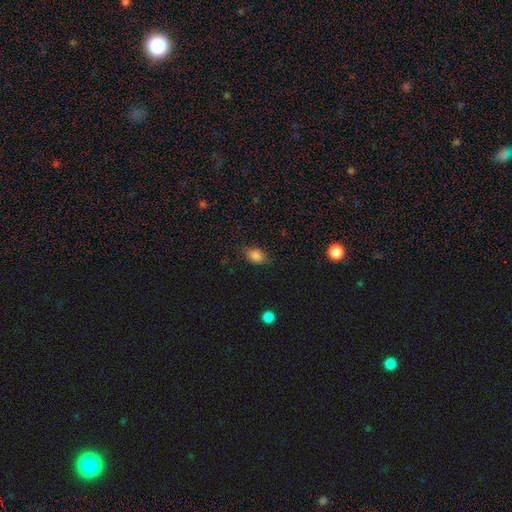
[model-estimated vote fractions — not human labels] The model was most divided on "merging": none: 75%, minor disturbance: 20%, major disturbance: 4%, merger: 1%. More confident: smooth or featured — smooth (84%); how rounded — in between (79%).